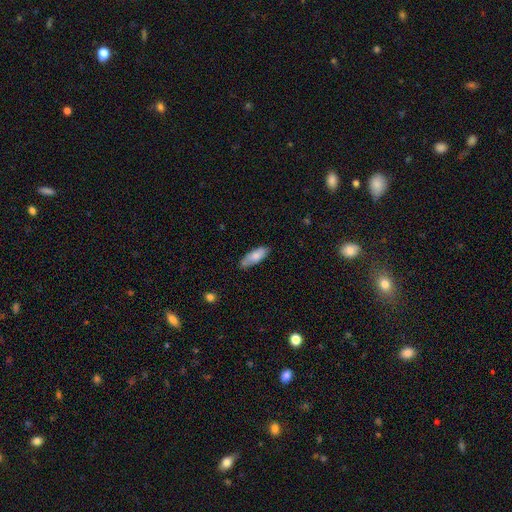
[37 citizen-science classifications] This is clearly a smooth galaxy (81%). How rounded: likely in between (60%). Merging: likely none (72%).